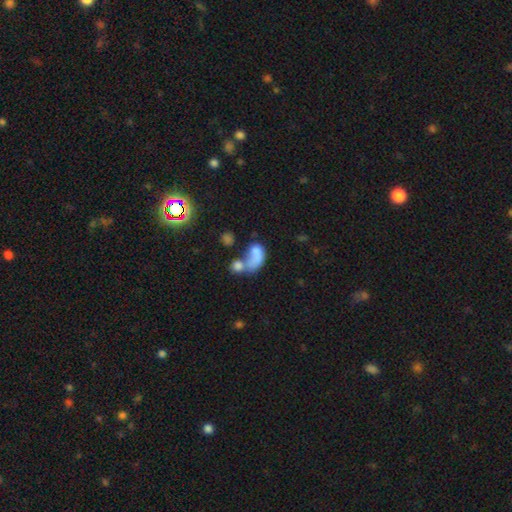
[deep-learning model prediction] Morphology: type=smooth (70%); roundness=in between (82%); merging=merger (59%).